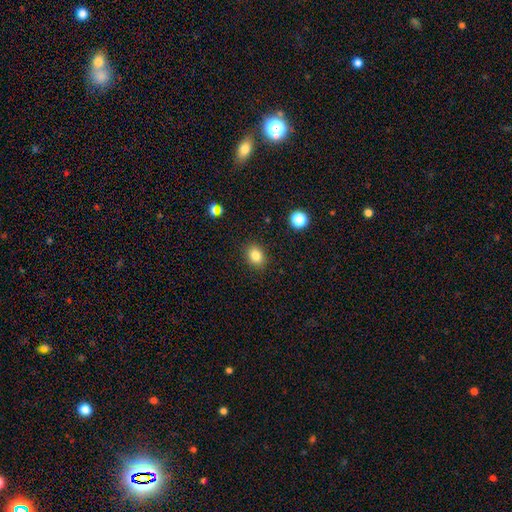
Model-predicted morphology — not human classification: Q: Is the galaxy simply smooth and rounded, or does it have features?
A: smooth — 83%.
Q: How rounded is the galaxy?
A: in between — 50%.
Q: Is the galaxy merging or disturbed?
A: none — 88%.